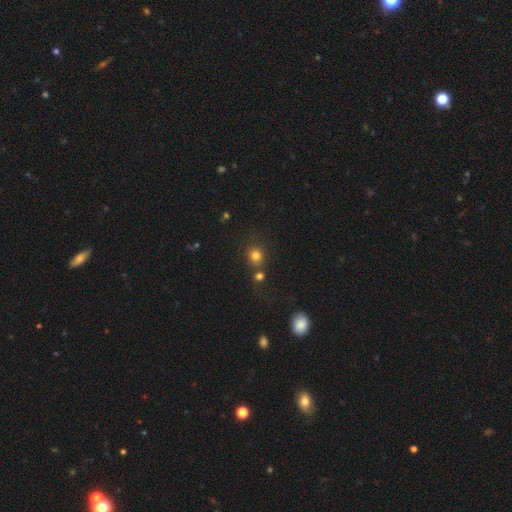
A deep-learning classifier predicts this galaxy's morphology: smooth 77%, star or artifact 16%, featured or disk 7%. Down the decision tree: how rounded — round (84%); merging — none (64%).